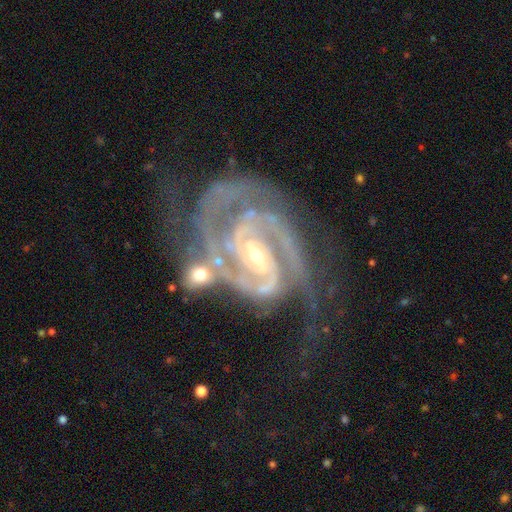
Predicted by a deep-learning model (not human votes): smooth_or_featured: featured or disk (p=0.92) [alt: star or artifact p=0.05]
disk_edge_on: no (p=0.98) [alt: yes p=0.02]
bar: weak (p=0.38) [alt: no p=0.31]
has_spiral_arms: yes (p=0.98) [alt: no p=0.02]
spiral_winding: tight (p=0.60) [alt: medium p=0.35]
spiral_arm_count: 2 (p=0.57) [alt: 3 p=0.22]
bulge_size: small (p=0.76) [alt: moderate p=0.20]
merging: none (p=0.47) [alt: minor disturbance p=0.21]